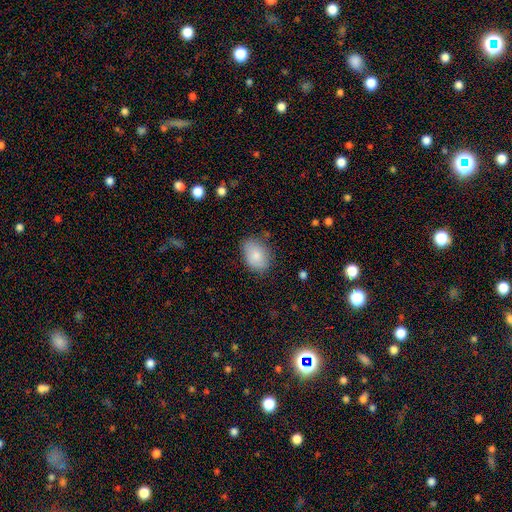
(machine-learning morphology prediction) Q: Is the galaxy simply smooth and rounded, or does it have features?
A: smooth — 82%.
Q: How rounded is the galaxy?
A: in between — 77%.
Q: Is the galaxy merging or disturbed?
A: none — 72%.